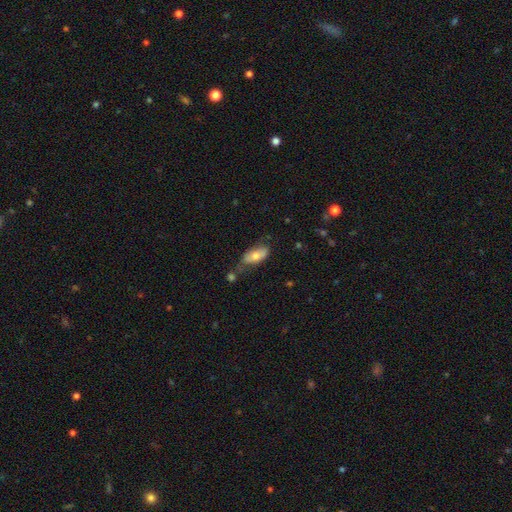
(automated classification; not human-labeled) Morphology: type=smooth (65%); roundness=in between (87%); merging=none (49%).